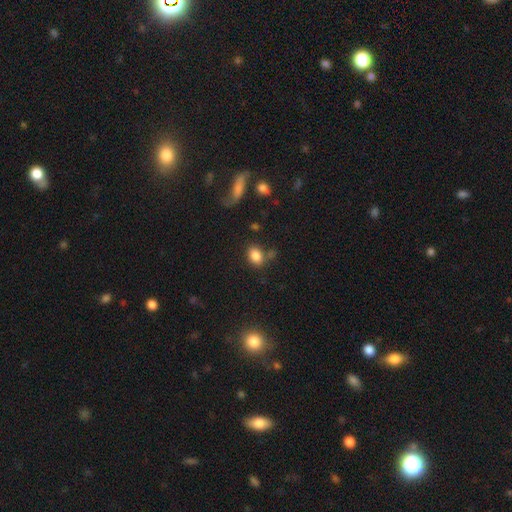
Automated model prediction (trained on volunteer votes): Smooth or featured?
  - smooth: 84% *
  - star or artifact: 9%
  - featured or disk: 7%
How rounded?
  - in between: 73% *
  - round: 25%
  - cigar-shaped: 1%
Merging?
  - none: 70% *
  - minor disturbance: 14%
  - merger: 10%
  - major disturbance: 5%